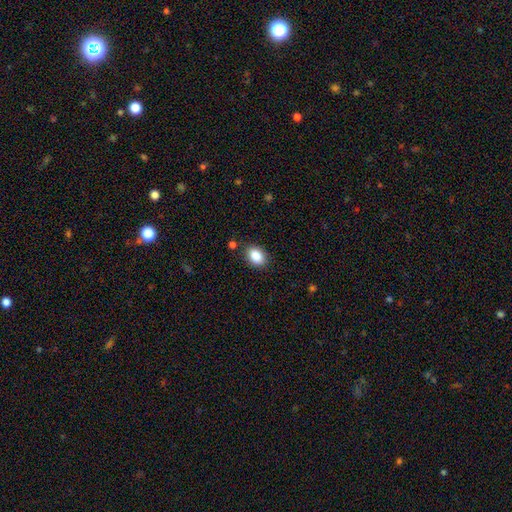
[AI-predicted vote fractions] Smooth or featured? smooth (87%)
How rounded? in between (80%)
Merging? none (85%)